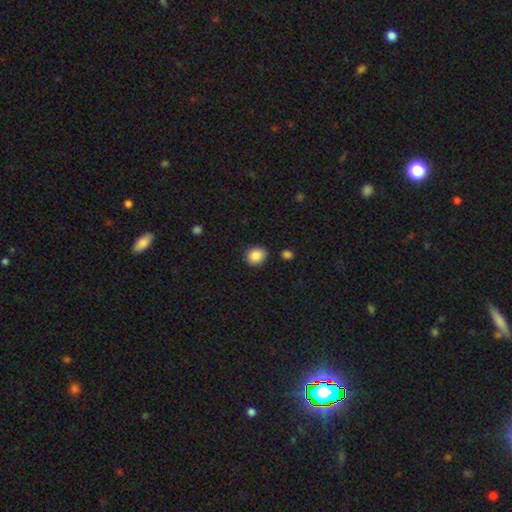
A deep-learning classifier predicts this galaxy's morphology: type=smooth (88%); roundness=round (62%); merging=none (83%).